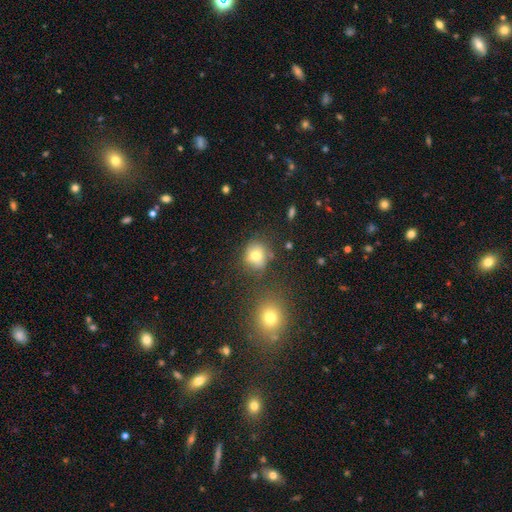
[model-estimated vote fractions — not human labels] Smooth or featured?
  - smooth: 75% *
  - star or artifact: 14%
  - featured or disk: 11%
How rounded?
  - round: 73% *
  - in between: 26%
  - cigar-shaped: 1%
Merging?
  - none: 71% *
  - minor disturbance: 15%
  - merger: 9%
  - major disturbance: 5%